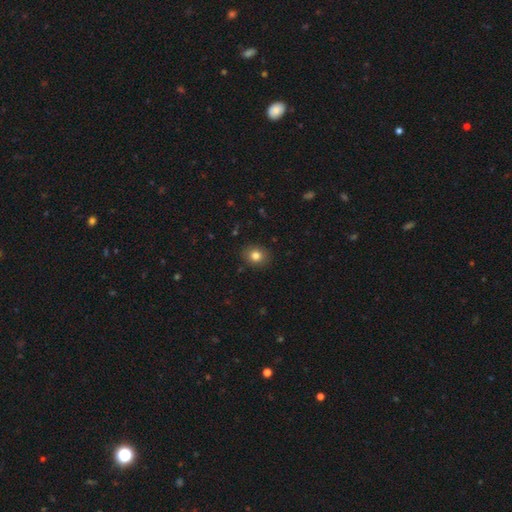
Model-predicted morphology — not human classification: This appears to be a smooth galaxy with no disk features (81%) that is round (63%). Merging: none (88%).